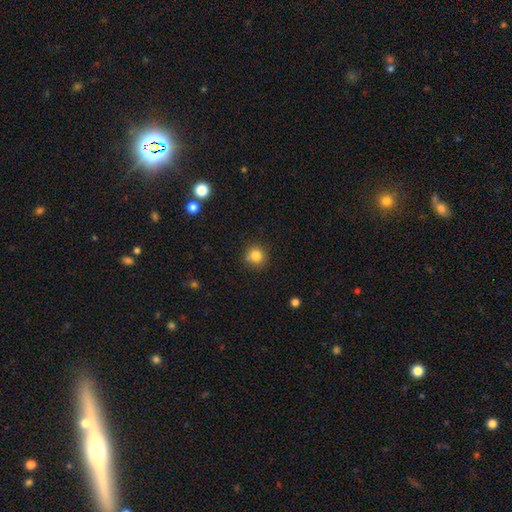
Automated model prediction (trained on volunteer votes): A smooth galaxy with no disk features (83%) that is round (93%). Merging: none (87%).